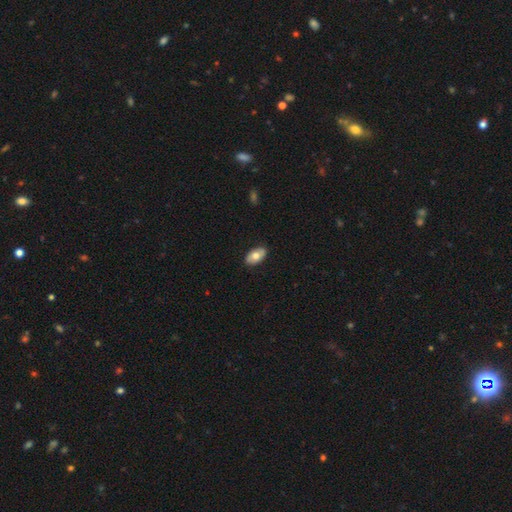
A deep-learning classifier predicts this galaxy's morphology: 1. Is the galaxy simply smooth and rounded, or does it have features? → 70% smooth, 24% featured or disk, 6% star or artifact.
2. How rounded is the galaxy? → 94% in between, 4% round, 2% cigar-shaped.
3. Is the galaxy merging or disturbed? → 87% none, 10% minor disturbance, 2% major disturbance, 1% merger.